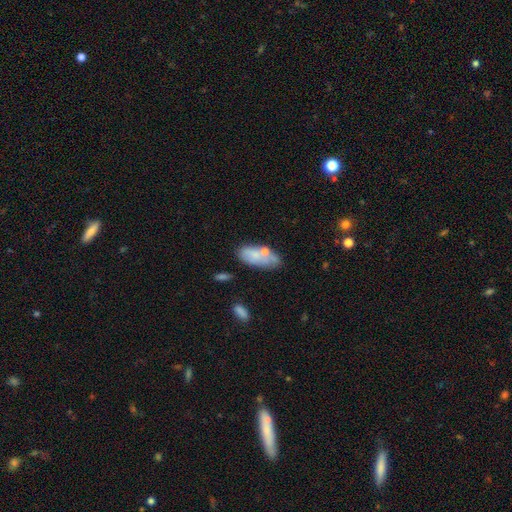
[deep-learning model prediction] This is likely a smooth galaxy (63%). How rounded: clearly in between (87%). Merging: possibly none (54%).